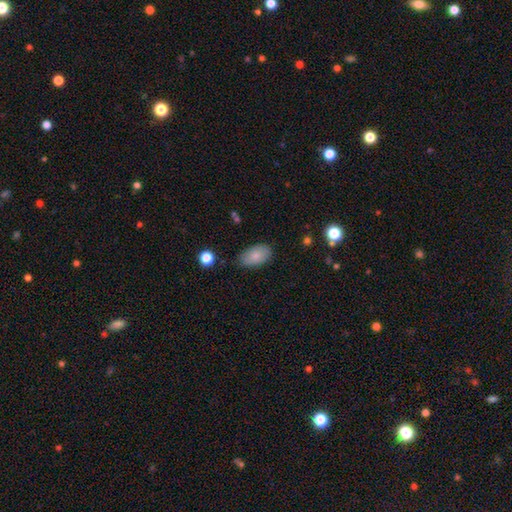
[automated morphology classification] Q: Smooth or featured?
A: smooth (82%); runner-up: featured or disk (11%)
Q: How rounded?
A: in between (93%); runner-up: round (6%)
Q: Merging?
A: none (77%); runner-up: minor disturbance (18%)